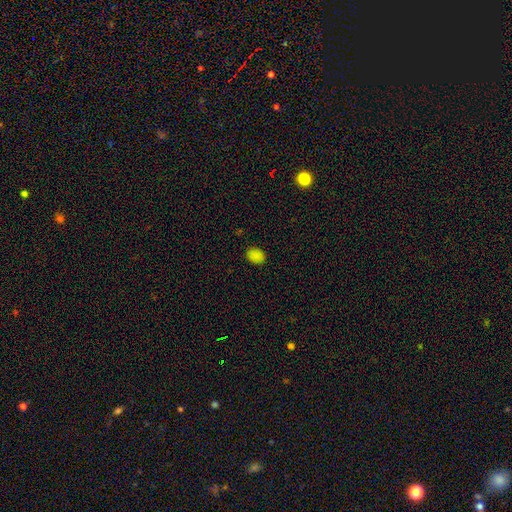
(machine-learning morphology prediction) The model was most divided on "how rounded": in between: 67%, round: 32%, cigar-shaped: 1%. More confident: merging — none (87%); smooth or featured — smooth (84%).